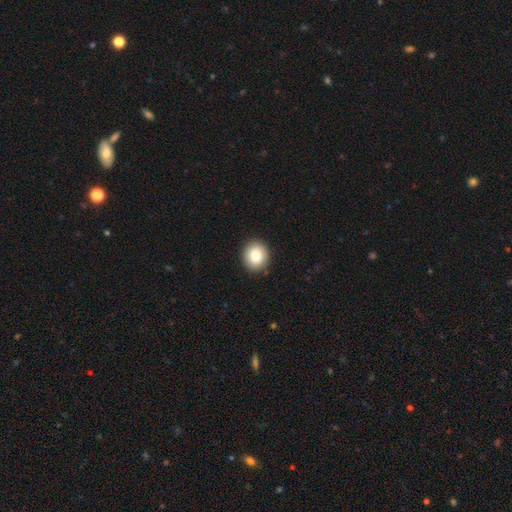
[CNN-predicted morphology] Smooth or featured? smooth (85%)
How rounded? round (79%)
Merging? none (89%)